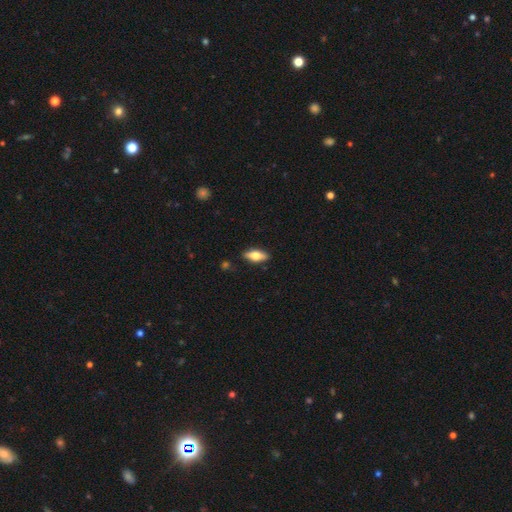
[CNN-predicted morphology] smooth_or_featured: smooth (p=0.60) [alt: featured or disk p=0.33]
how_rounded: in between (p=0.74) [alt: cigar-shaped p=0.23]
merging: none (p=0.85) [alt: minor disturbance p=0.11]